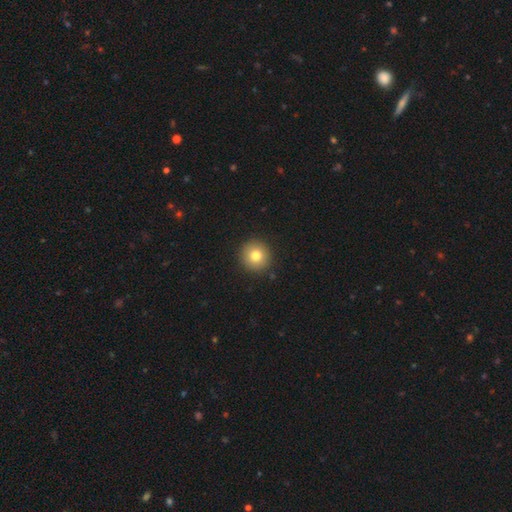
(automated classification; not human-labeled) Overall: smooth (78%). How rounded: round (94%). Merging: none (91%).